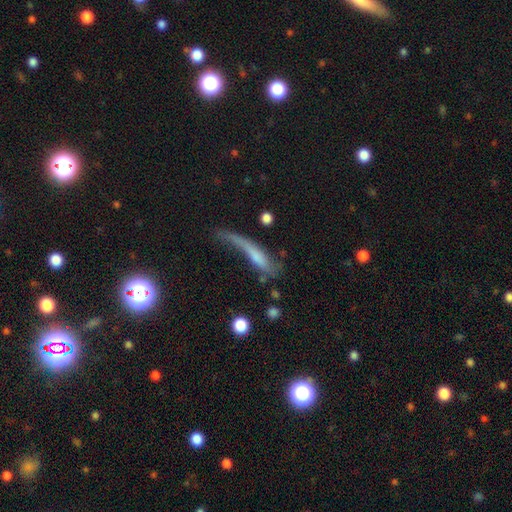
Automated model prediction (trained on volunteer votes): Smooth or featured? Predicted: smooth (p=0.48). Merging? Predicted: major disturbance (p=0.40).